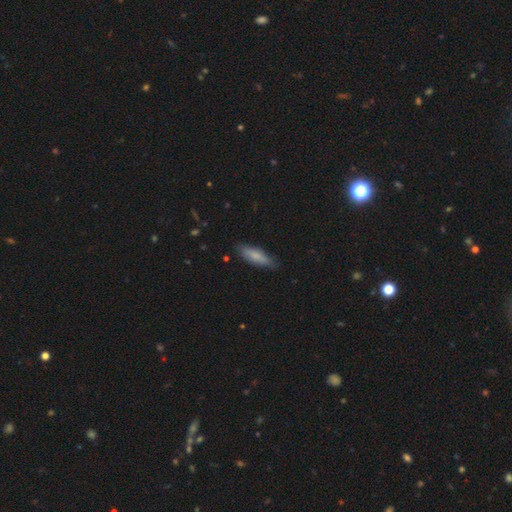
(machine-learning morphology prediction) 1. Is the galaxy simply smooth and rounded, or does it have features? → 77% smooth, 17% featured or disk, 6% star or artifact.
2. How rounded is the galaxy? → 54% cigar-shaped, 44% in between, 2% round.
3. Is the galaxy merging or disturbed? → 80% none, 16% minor disturbance, 3% major disturbance, 1% merger.